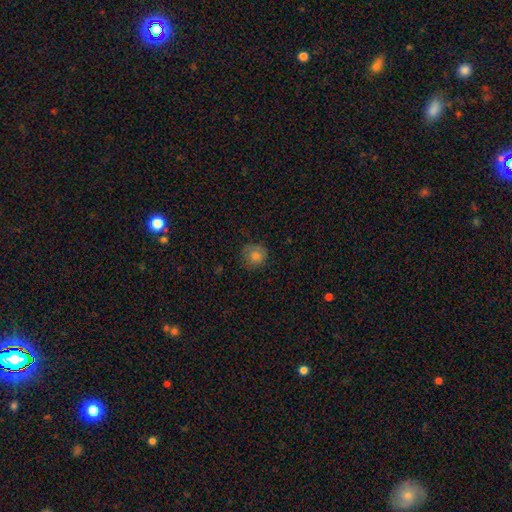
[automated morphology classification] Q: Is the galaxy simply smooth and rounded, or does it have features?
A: smooth — 77%.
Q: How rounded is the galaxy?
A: round — 87%.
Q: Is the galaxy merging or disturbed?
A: none — 74%.